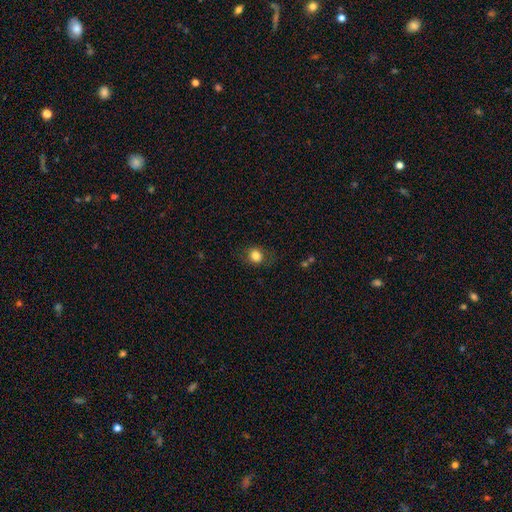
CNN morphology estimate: type=smooth (82%); roundness=round (74%); merging=none (79%).